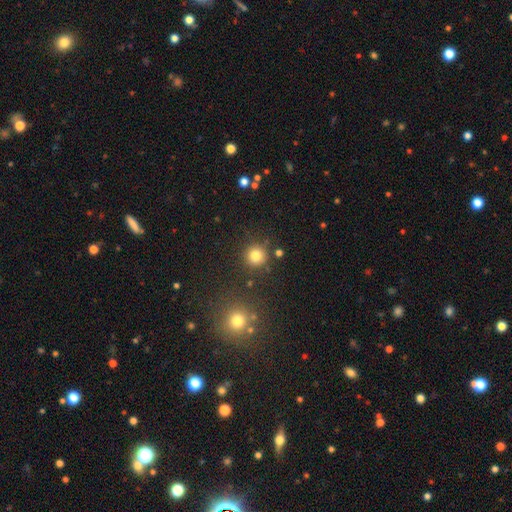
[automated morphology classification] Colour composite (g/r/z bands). It shows a smooth galaxy with no disk features (80%) that is round (93%). Merging: none (84%).